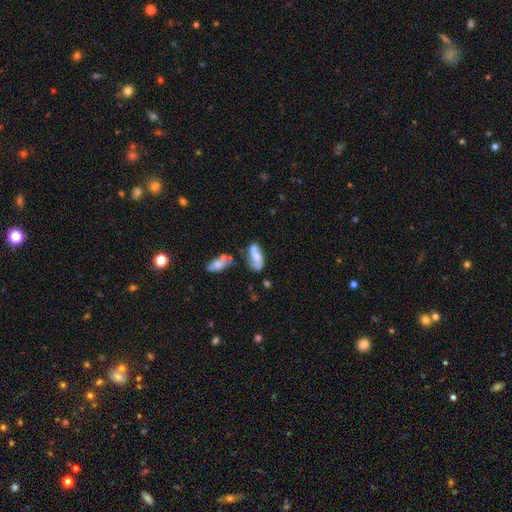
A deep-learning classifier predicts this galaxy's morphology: smooth_or_featured: smooth (p=0.48) [alt: featured or disk p=0.43]
merging: merger (p=0.37) [alt: none p=0.28]